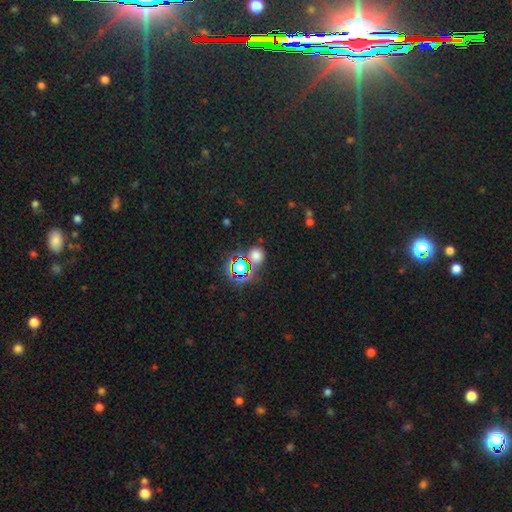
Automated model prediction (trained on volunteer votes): smooth-or-featured: smooth: 60% | star or artifact: 34% | featured or disk: 7%
  how-rounded: round: 84% | in between: 15% | cigar-shaped: 1%
  merging: none: 75% | merger: 11% | minor disturbance: 10% | major disturbance: 5%